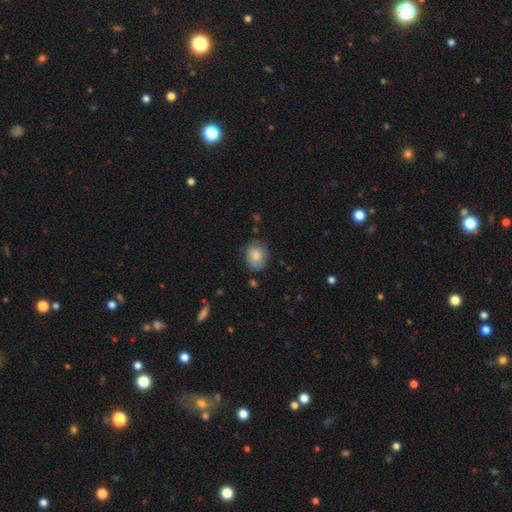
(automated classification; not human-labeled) smooth 81%, featured or disk 12%, star or artifact 8%. Down the decision tree: how rounded — round (53%); merging — none (71%).